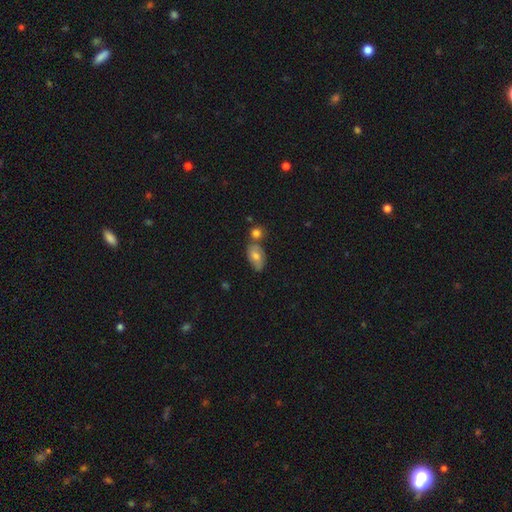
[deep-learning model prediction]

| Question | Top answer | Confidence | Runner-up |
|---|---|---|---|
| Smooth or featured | smooth | 65% | featured or disk (26%) |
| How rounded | in between | 89% | round (9%) |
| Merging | none | 49% | merger (27%) |